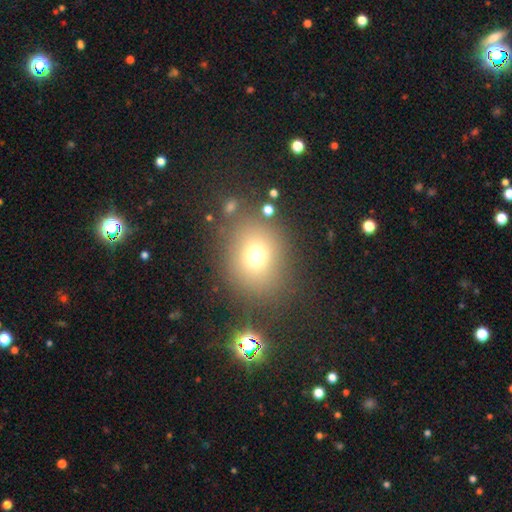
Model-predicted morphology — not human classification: Smooth or featured?
  - smooth: 71% *
  - star or artifact: 18%
  - featured or disk: 11%
How rounded?
  - round: 62% *
  - in between: 37%
  - cigar-shaped: 1%
Merging?
  - none: 77% *
  - minor disturbance: 11%
  - major disturbance: 6%
  - merger: 6%